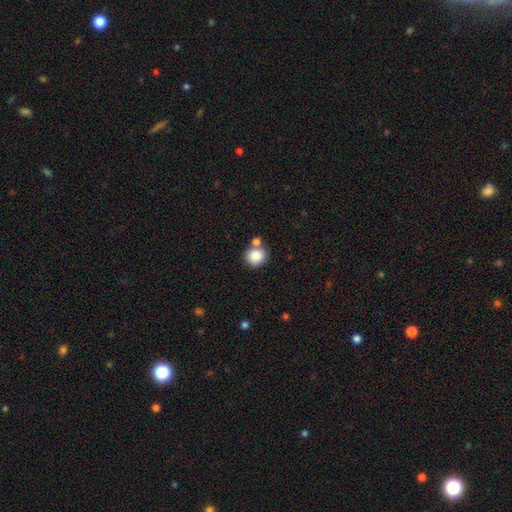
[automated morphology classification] Q: Smooth or featured?
A: smooth (85%); runner-up: star or artifact (9%)
Q: How rounded?
A: round (88%); runner-up: in between (11%)
Q: Merging?
A: none (64%); runner-up: merger (24%)